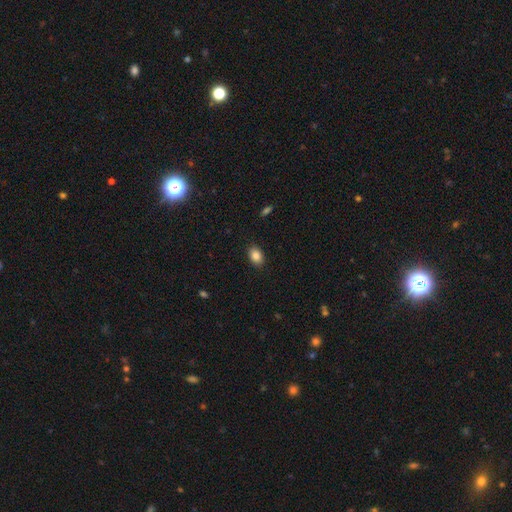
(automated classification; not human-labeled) This is clearly a smooth galaxy (87%). How rounded: clearly in between (80%). Merging: clearly none (88%).